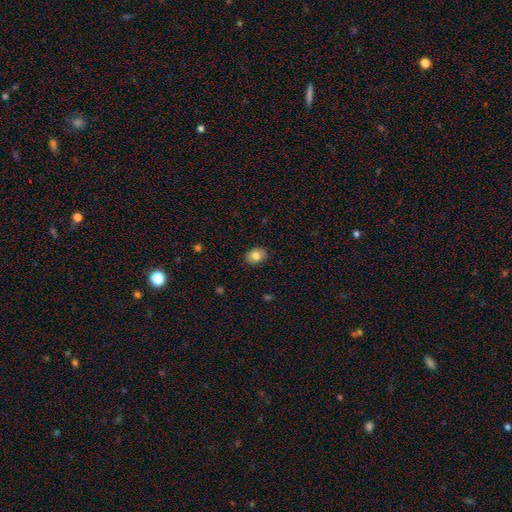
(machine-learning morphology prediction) type=smooth (78%); roundness=in between (53%); merging=none (88%).